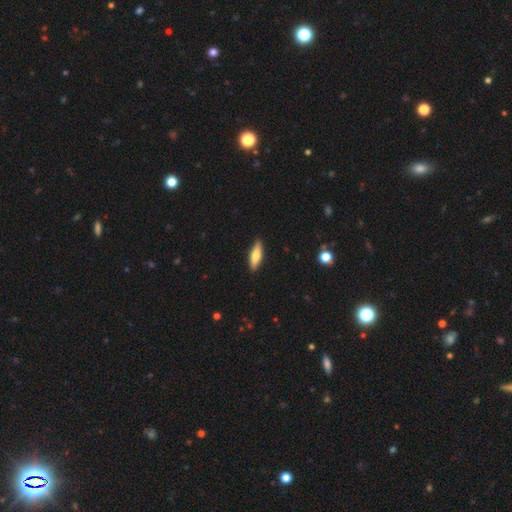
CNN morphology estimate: type=smooth (69%); roundness=cigar-shaped (54%); merging=none (89%).